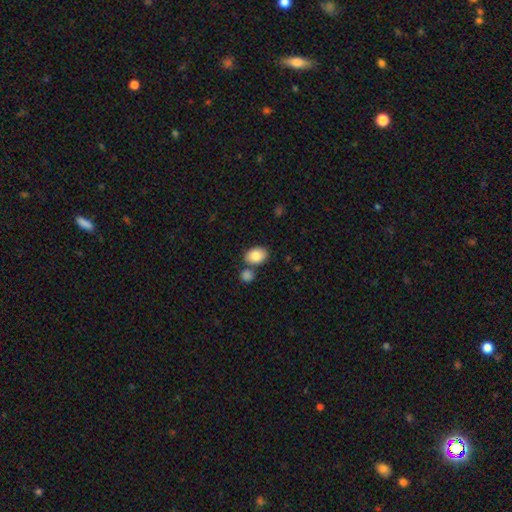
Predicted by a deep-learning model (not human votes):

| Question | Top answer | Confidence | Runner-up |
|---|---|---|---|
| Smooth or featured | smooth | 86% | featured or disk (7%) |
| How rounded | in between | 79% | round (19%) |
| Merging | none | 67% | merger (19%) |